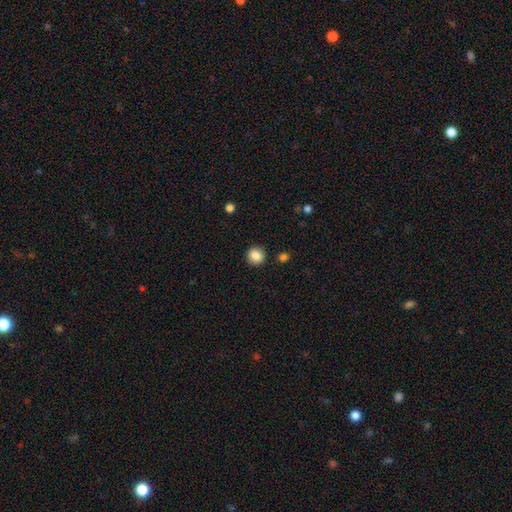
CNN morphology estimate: This appears to be a smooth galaxy with no disk features (86%) that is round (90%). Merging: none (91%).